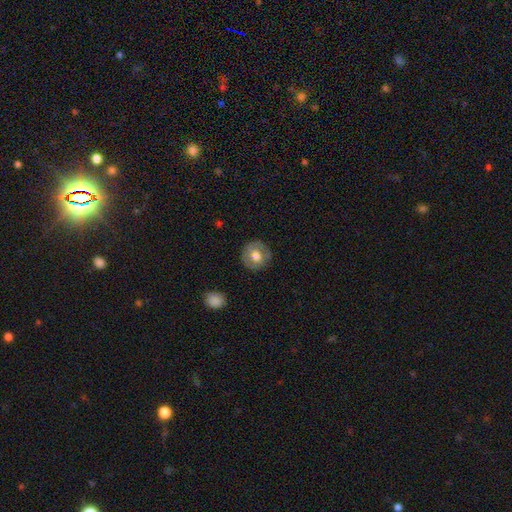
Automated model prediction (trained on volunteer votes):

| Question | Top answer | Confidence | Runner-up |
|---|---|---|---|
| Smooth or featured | smooth | 63% | featured or disk (30%) |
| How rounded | round | 91% | in between (8%) |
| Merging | none | 85% | minor disturbance (11%) |